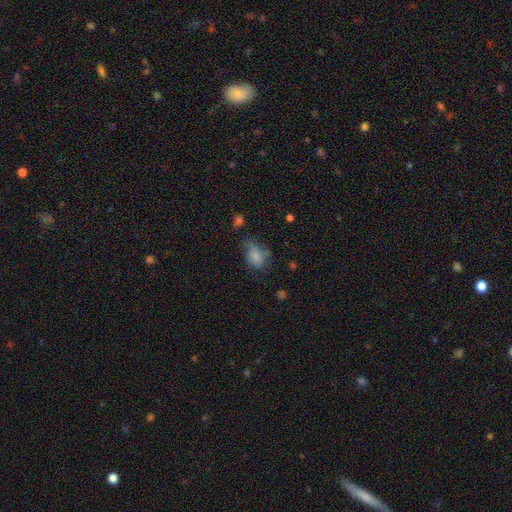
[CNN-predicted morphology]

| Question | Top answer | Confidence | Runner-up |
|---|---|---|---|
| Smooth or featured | smooth | 76% | featured or disk (14%) |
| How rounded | in between | 78% | round (21%) |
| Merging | none | 44% | minor disturbance (32%) |